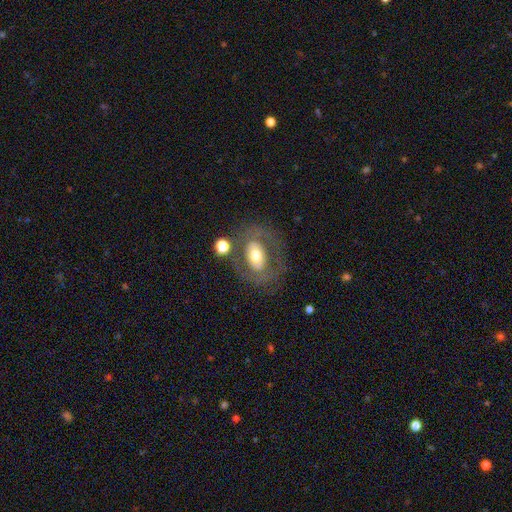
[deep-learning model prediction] Morphology: type=featured or disk (51%); edge-on=no (92%); merging=none (65%).